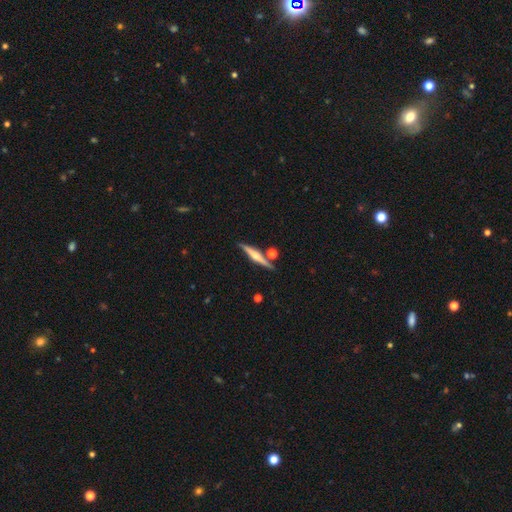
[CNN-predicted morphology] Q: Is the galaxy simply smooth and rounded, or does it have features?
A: featured or disk — 69%.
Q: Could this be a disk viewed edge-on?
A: yes — 97%.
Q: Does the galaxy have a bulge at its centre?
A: rounded — 85%.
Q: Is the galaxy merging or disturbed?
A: none — 82%.